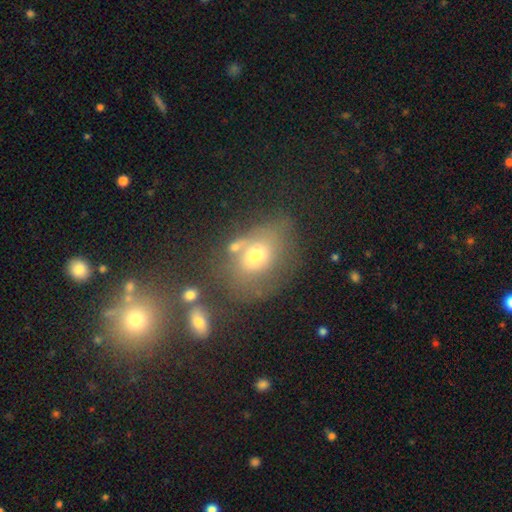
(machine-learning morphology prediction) smooth_or_featured: smooth (p=0.61) [alt: featured or disk p=0.24]
how_rounded: in between (p=0.63) [alt: round p=0.36]
merging: none (p=0.46) [alt: minor disturbance p=0.21]